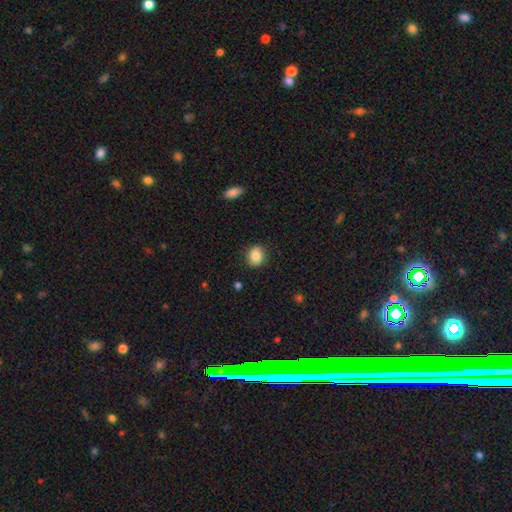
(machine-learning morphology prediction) Smooth or featured?
  - smooth: 85% *
  - star or artifact: 9%
  - featured or disk: 7%
How rounded?
  - round: 67% *
  - in between: 32%
  - cigar-shaped: 1%
Merging?
  - none: 87% *
  - minor disturbance: 10%
  - major disturbance: 2%
  - merger: 1%